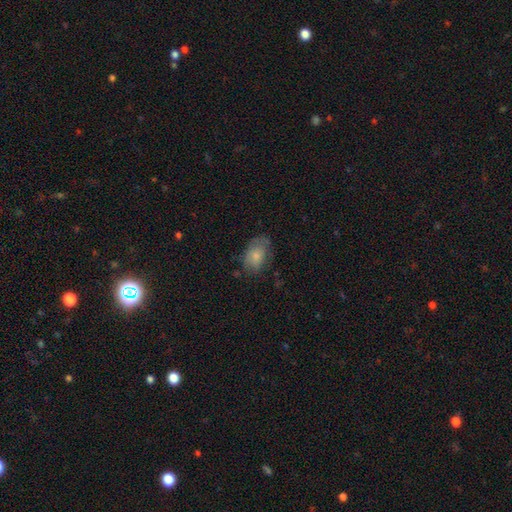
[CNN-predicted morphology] Overall: smooth (75%). How rounded: in between (83%). Merging: none (61%; minor disturbance 27%).